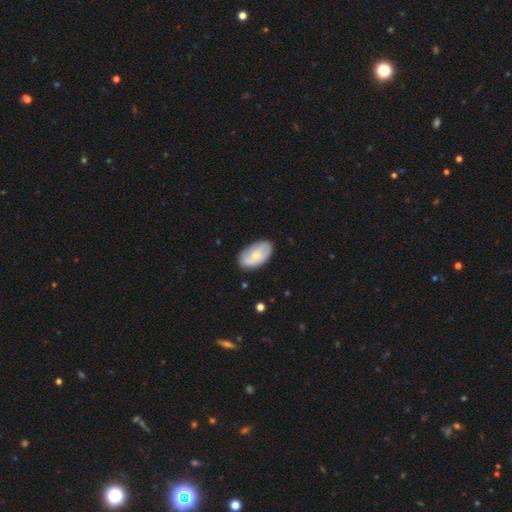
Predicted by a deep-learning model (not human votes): smooth_or_featured: smooth (p=0.63) [alt: featured or disk p=0.31]
how_rounded: in between (p=0.94) [alt: round p=0.04]
merging: none (p=0.76) [alt: minor disturbance p=0.18]